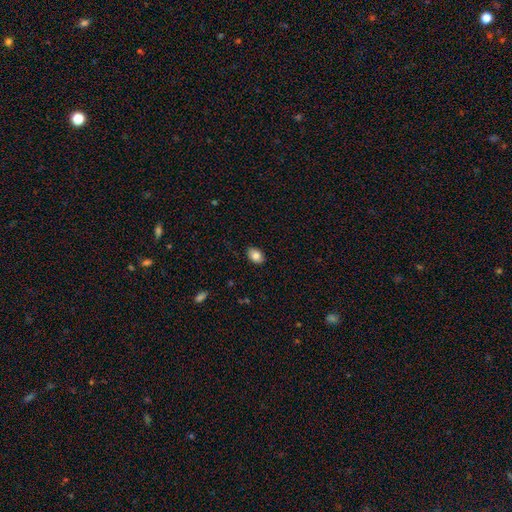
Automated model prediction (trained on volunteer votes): A smooth galaxy with no disk features (84%) that is in between round and cigar-shaped (85%). Merging: none (87%).